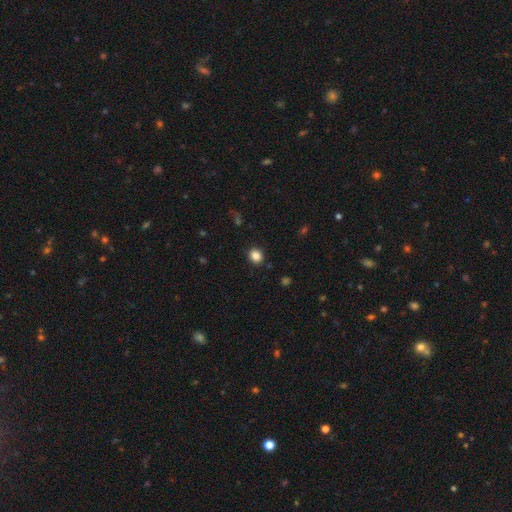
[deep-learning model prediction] Overall: smooth (85%). How rounded: round (74%). Merging: none (90%).